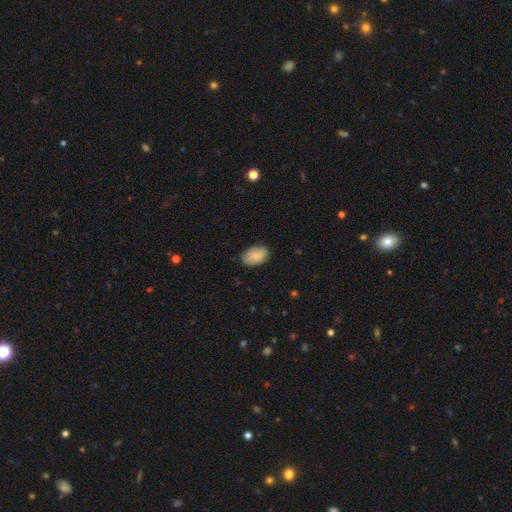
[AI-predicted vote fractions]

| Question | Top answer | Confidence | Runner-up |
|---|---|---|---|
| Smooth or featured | smooth | 87% | star or artifact (7%) |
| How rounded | in between | 92% | round (7%) |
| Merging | none | 82% | minor disturbance (14%) |